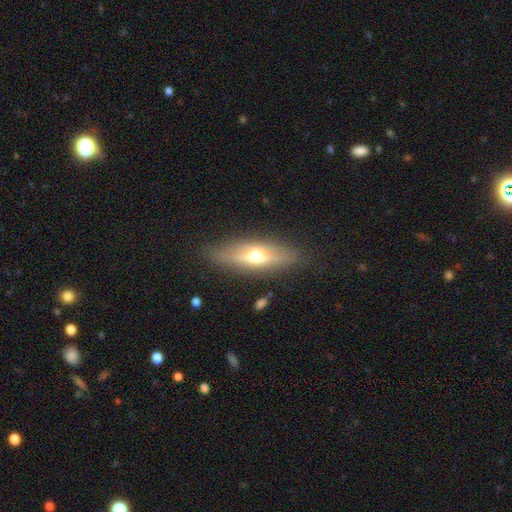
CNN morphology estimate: Smooth or featured? featured or disk (55%)
Edge-on disk? yes (81%)
Merging? none (83%)